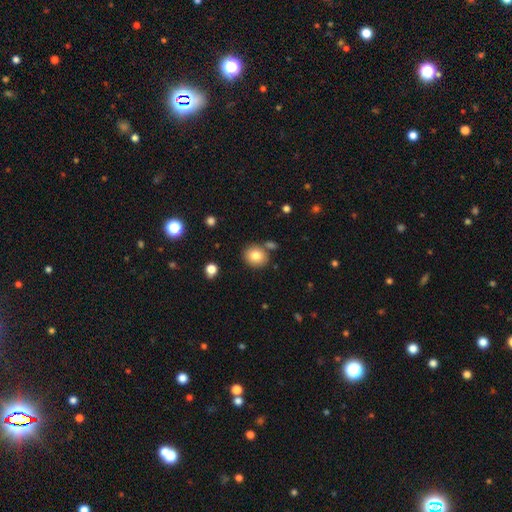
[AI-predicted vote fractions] smooth 81%, star or artifact 10%, featured or disk 9%. Down the decision tree: how rounded — round (75%); merging — none (77%).